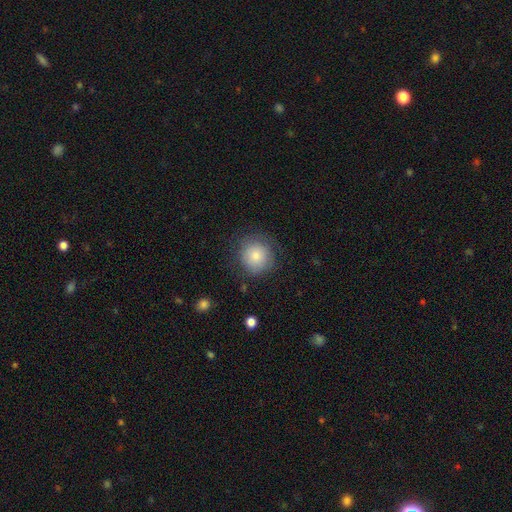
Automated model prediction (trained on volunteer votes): Smooth or featured?
  - smooth: 82% *
  - featured or disk: 9%
  - star or artifact: 8%
How rounded?
  - round: 92% *
  - in between: 7%
  - cigar-shaped: 1%
Merging?
  - none: 78% *
  - minor disturbance: 15%
  - major disturbance: 6%
  - merger: 1%